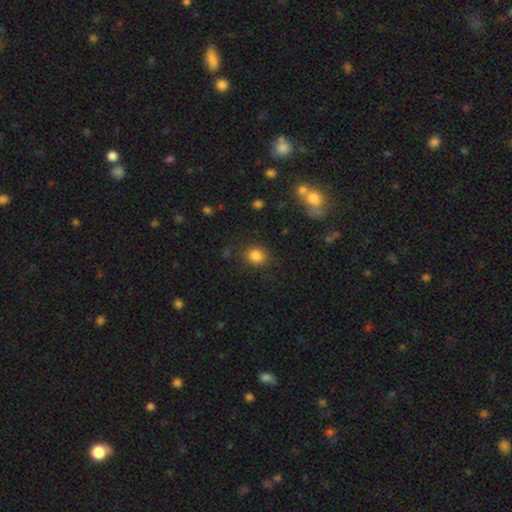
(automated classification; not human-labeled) Smooth or featured? smooth (84%)
How rounded? round (59%)
Merging? none (83%)